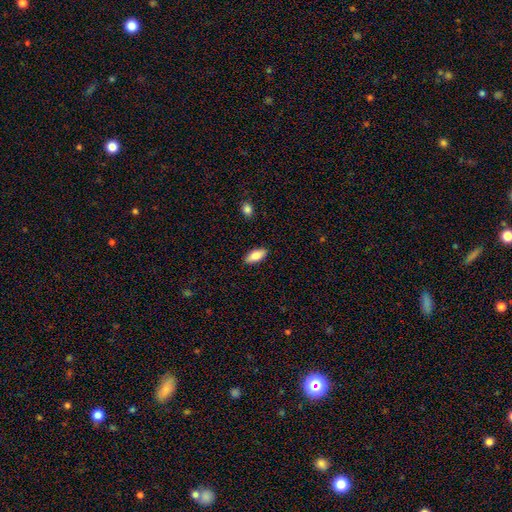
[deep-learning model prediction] Smooth or featured? smooth (85%)
How rounded? in between (86%)
Merging? none (88%)